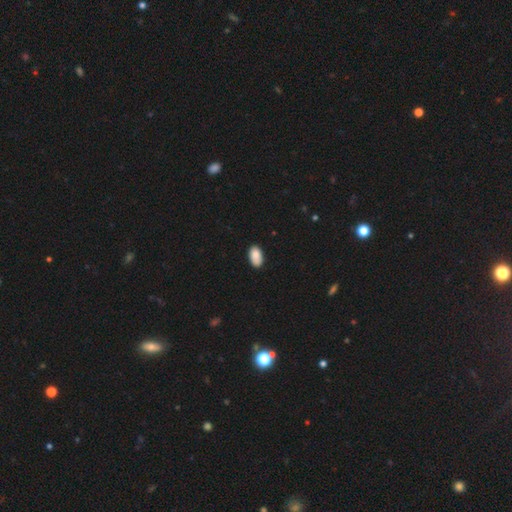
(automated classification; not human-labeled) Q: Smooth or featured?
A: smooth (88%); runner-up: star or artifact (7%)
Q: How rounded?
A: in between (95%); runner-up: round (4%)
Q: Merging?
A: none (84%); runner-up: minor disturbance (13%)